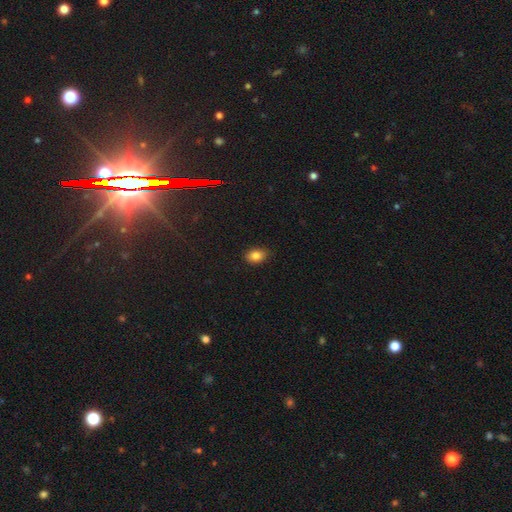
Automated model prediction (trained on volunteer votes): Smooth or featured? Predicted: smooth (p=0.85). How rounded? Predicted: in between (p=0.80). Merging? Predicted: none (p=0.84).